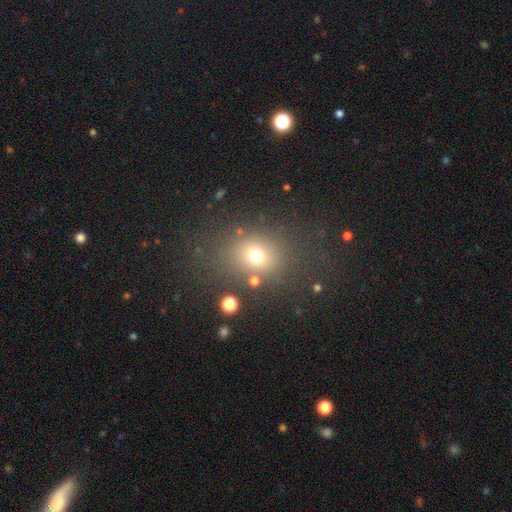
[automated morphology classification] A smooth galaxy with no disk features (70%) that is round (61%).

Vote fractions:
- Smooth or featured? smooth: 70% / star or artifact: 19% / featured or disk: 12%
- How rounded? round: 61% / in between: 38% / cigar-shaped: 1%
- Merging? none: 74% / minor disturbance: 12% / major disturbance: 8% / merger: 6%